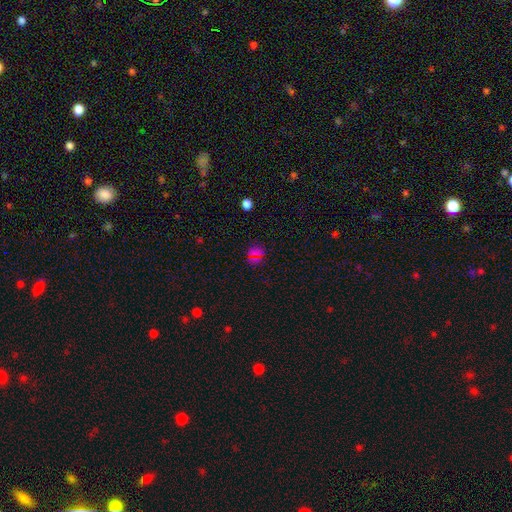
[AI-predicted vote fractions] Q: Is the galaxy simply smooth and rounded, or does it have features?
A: smooth — 59%.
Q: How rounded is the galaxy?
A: round — 85%.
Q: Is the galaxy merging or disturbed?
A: none — 86%.